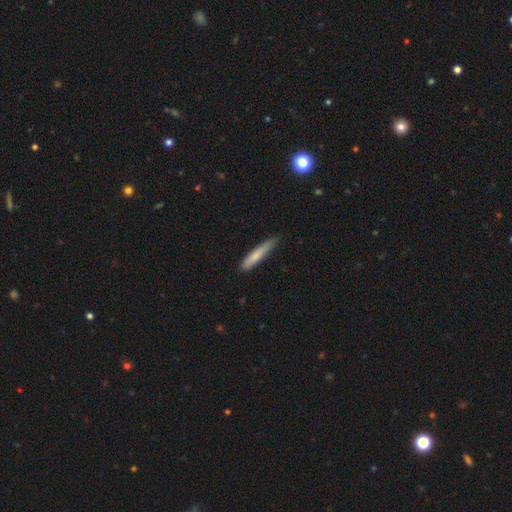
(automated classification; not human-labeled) Q: Smooth or featured?
A: smooth (76%); runner-up: featured or disk (18%)
Q: How rounded?
A: cigar-shaped (90%); runner-up: in between (8%)
Q: Merging?
A: none (70%); runner-up: minor disturbance (25%)